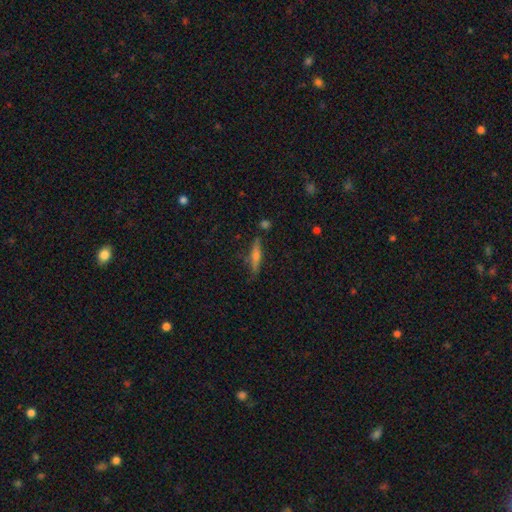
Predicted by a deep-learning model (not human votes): A smooth galaxy with no disk features (55%) that is cigar-shaped (84%).

Vote fractions:
- Smooth or featured? smooth: 55% / featured or disk: 36% / star or artifact: 8%
- How rounded? cigar-shaped: 84% / in between: 14% / round: 2%
- Merging? none: 75% / minor disturbance: 16% / merger: 5% / major disturbance: 4%